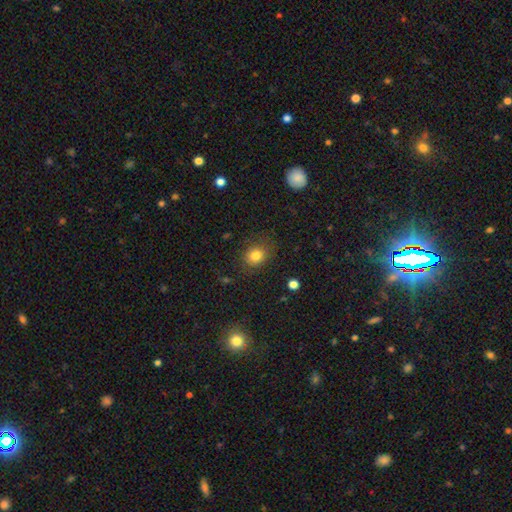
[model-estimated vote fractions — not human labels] The model was most divided on "how rounded": round: 59%, in between: 40%, cigar-shaped: 1%. More confident: smooth or featured — smooth (81%); merging — none (79%).